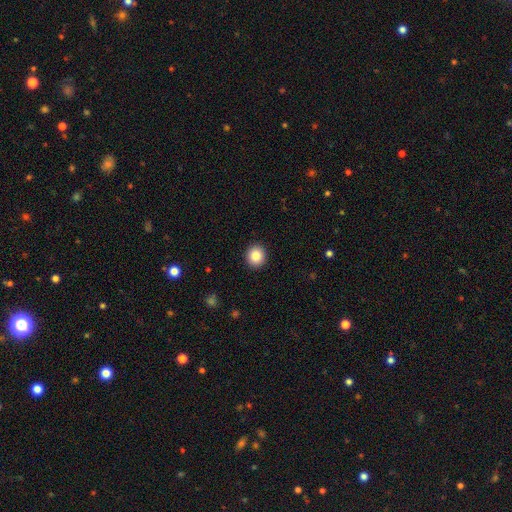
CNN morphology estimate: This appears to be a smooth galaxy with no disk features (86%) that is round (88%). Merging: none (92%).